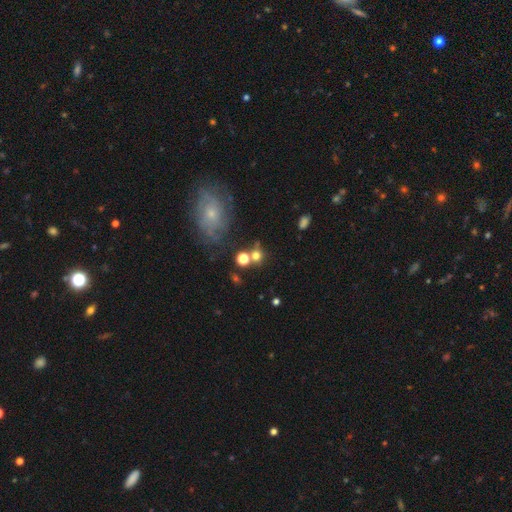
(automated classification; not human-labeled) Smooth or featured? smooth (66%)
How rounded? round (85%)
Merging? none (62%)